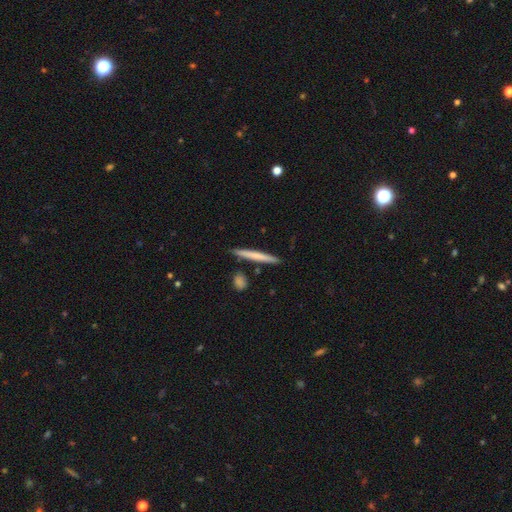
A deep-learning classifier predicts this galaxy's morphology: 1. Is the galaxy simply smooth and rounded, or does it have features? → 65% smooth, 30% featured or disk, 5% star or artifact.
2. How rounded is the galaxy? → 96% cigar-shaped, 2% in between, 1% round.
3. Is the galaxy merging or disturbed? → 87% none, 8% minor disturbance, 4% merger, 2% major disturbance.